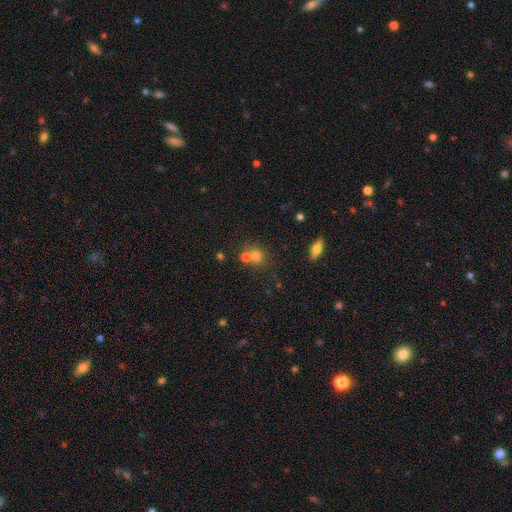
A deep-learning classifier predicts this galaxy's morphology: Smooth or featured? Predicted: smooth (p=0.71). How rounded? Predicted: round (p=0.69). Merging? Predicted: none (p=0.46).